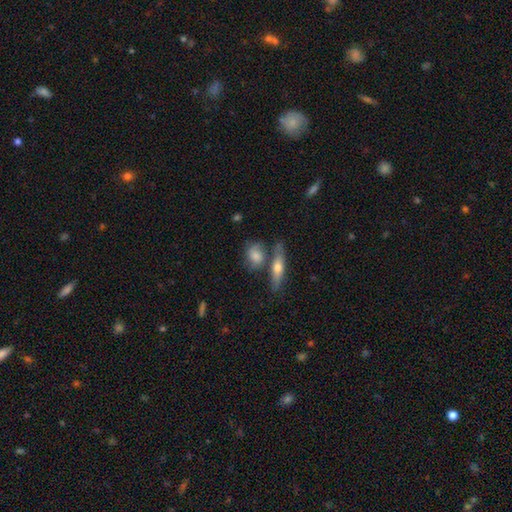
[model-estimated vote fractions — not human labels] The model was most divided on "how rounded": in between: 48%, round: 38%, cigar-shaped: 13%. More confident: smooth or featured — smooth (68%); merging — none (54%).